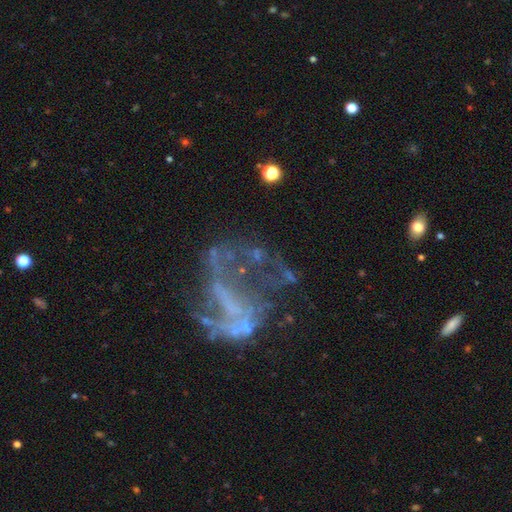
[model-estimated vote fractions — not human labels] Morphology: type=featured or disk (70%); edge-on=no (97%); bar=no (62%); spiral arms=no (63%); bulge=none (78%); merging=major disturbance (39%).